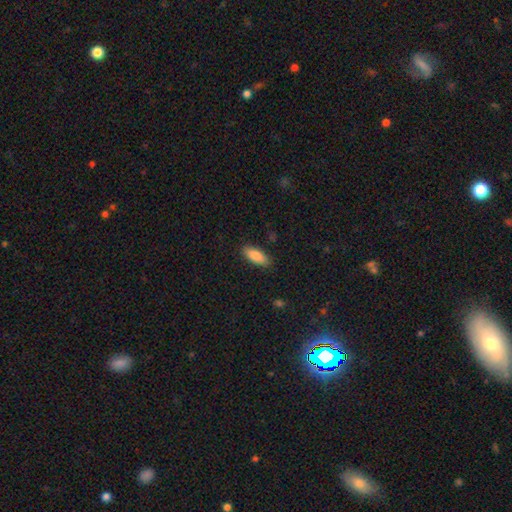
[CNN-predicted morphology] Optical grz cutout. It shows a smooth galaxy with no disk features (88%) that is in between round and cigar-shaped (78%). Merging: none (86%).